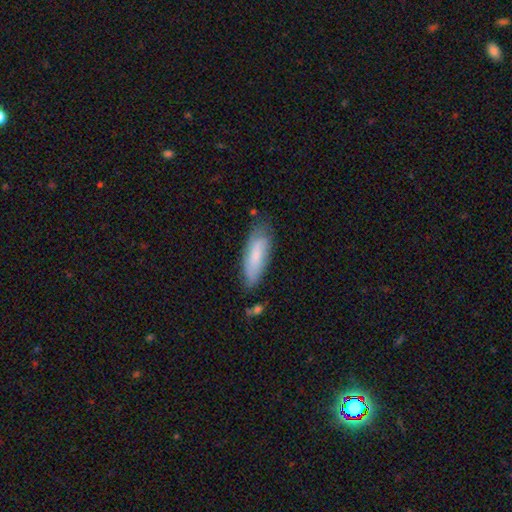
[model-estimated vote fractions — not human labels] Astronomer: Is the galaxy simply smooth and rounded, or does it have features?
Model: smooth — 66%.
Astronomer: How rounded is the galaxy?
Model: in between — 57% (runner-up: cigar-shaped, 41%).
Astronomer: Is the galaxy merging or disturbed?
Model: none — 66%.